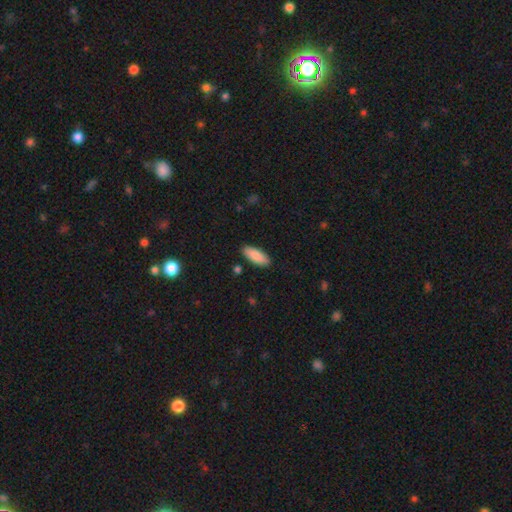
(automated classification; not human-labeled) This is clearly a smooth galaxy (88%). How rounded: clearly in between (80%). Merging: clearly none (89%).